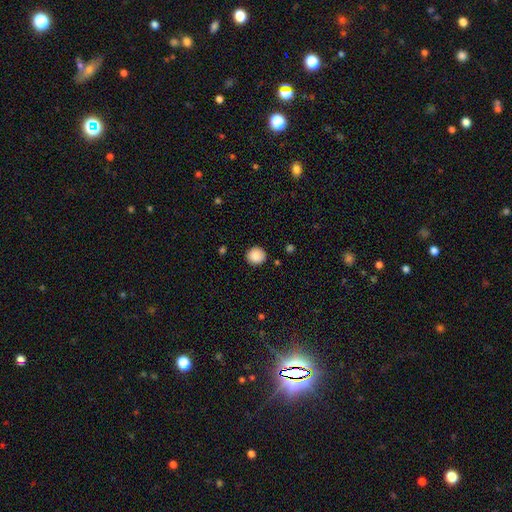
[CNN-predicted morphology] This is clearly a smooth galaxy (88%). How rounded: clearly round (90%). Merging: clearly none (88%).